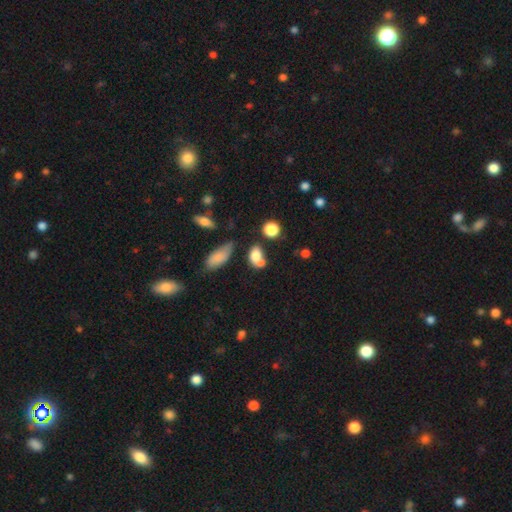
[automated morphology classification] The model was most divided on "merging": merger: 49%, none: 32%, minor disturbance: 13%, major disturbance: 7%. More confident: smooth or featured — smooth (73%); how rounded — in between (64%).